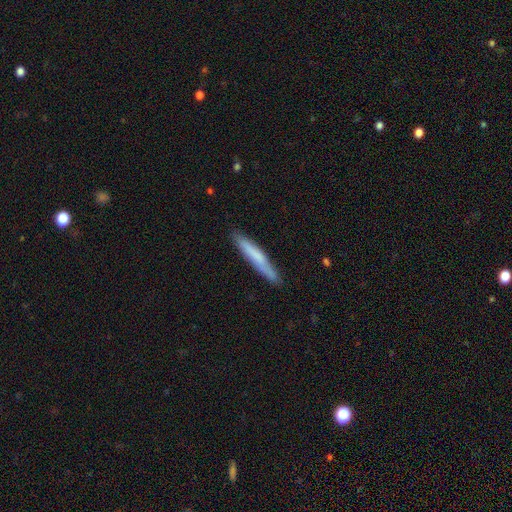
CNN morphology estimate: This is likely a smooth galaxy (66%). How rounded: clearly cigar-shaped (95%). Merging: clearly none (86%).